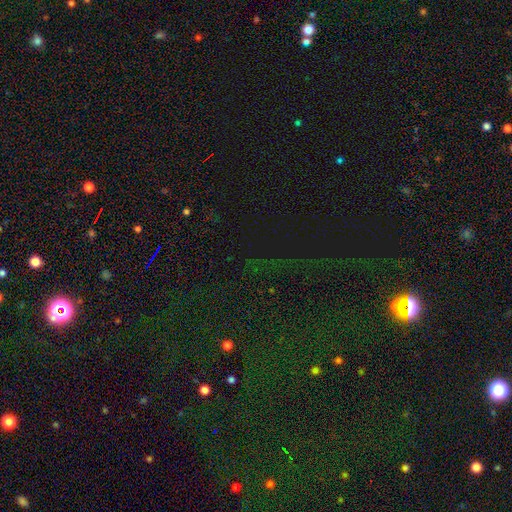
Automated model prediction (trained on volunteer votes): Overall: star or artifact (77%).